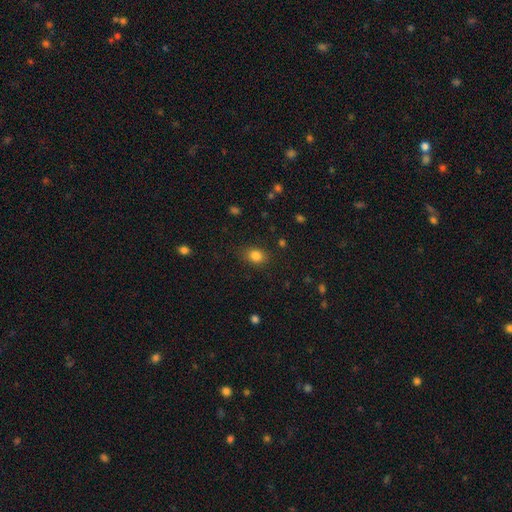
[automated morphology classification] The model was most divided on "how rounded": in between: 56%, round: 43%, cigar-shaped: 1%. More confident: smooth or featured — smooth (83%); merging — none (83%).